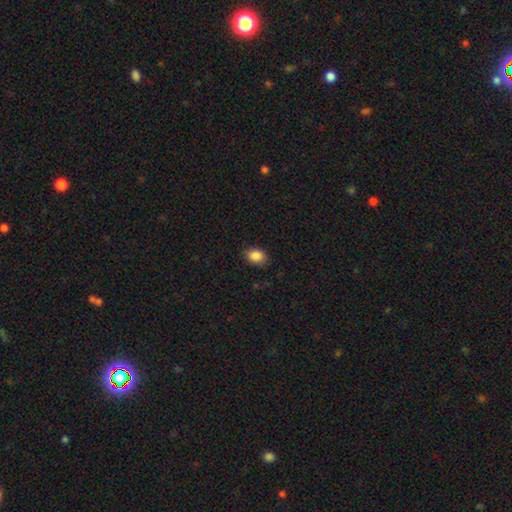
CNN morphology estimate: smooth_or_featured: smooth (p=0.87) [alt: star or artifact p=0.09]
how_rounded: in between (p=0.67) [alt: round p=0.32]
merging: none (p=0.85) [alt: minor disturbance p=0.11]